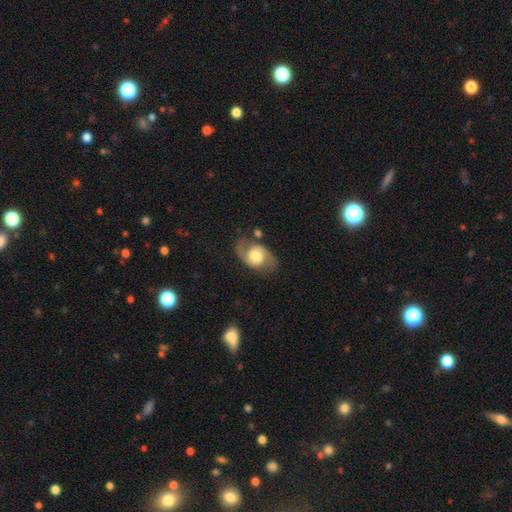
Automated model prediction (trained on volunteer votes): Overall: featured or disk (70%). Edge-on disk: no (96%). Bar: no (63%; weak 30%). Spiral arms: yes (88%). Spiral arm count: 2 (91%). Spiral winding: medium (49%; loose 36%). Bulge size: moderate (50%; large 36%). Merging: none (70%).